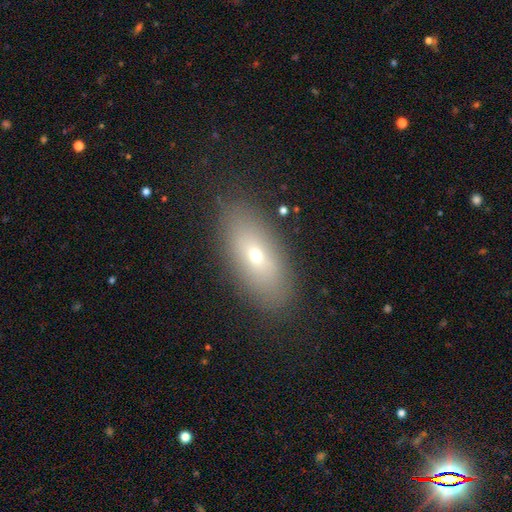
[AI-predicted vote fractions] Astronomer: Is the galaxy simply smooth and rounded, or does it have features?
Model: smooth — 61%.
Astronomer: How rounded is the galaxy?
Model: in between — 79%.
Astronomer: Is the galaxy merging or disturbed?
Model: none — 84%.